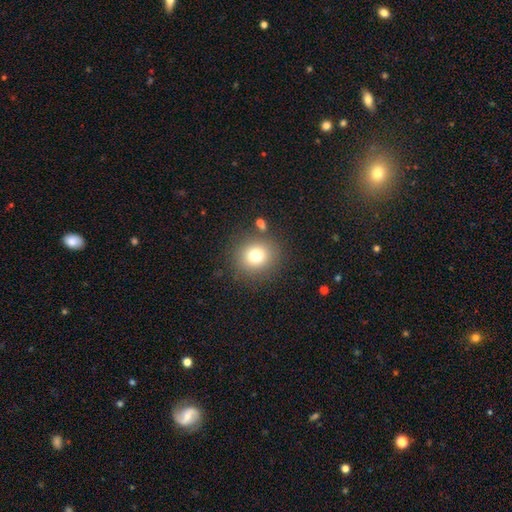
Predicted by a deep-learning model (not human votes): Smooth or featured: smooth — 76% (star or artifact — 14%)
How rounded: round — 87% (in between — 12%)
Merging: none — 83% (minor disturbance — 9%)